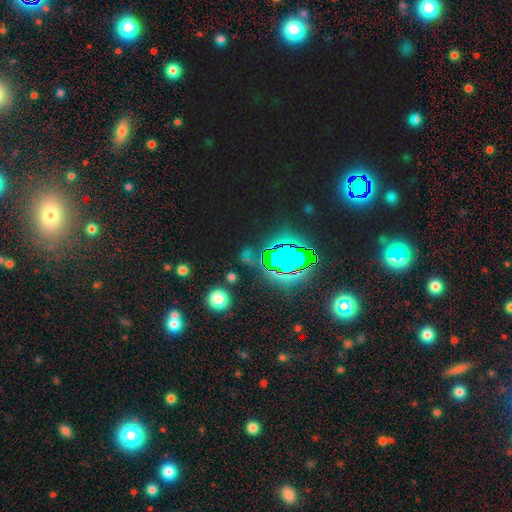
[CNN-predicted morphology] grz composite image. It shows a star or artifact, not a galaxy (75%).